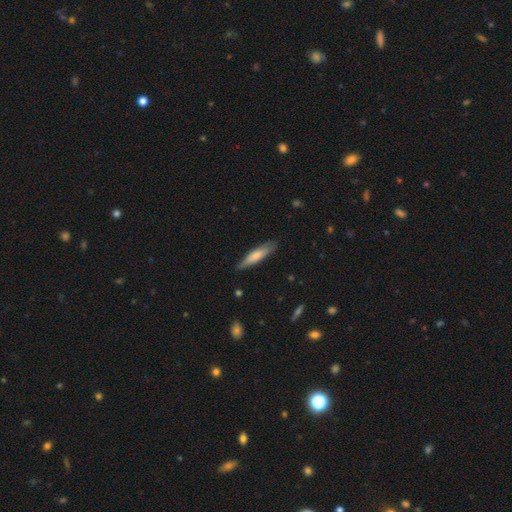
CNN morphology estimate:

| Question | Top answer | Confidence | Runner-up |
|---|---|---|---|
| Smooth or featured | smooth | 63% | featured or disk (32%) |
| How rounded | cigar-shaped | 76% | in between (22%) |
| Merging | none | 81% | minor disturbance (15%) |